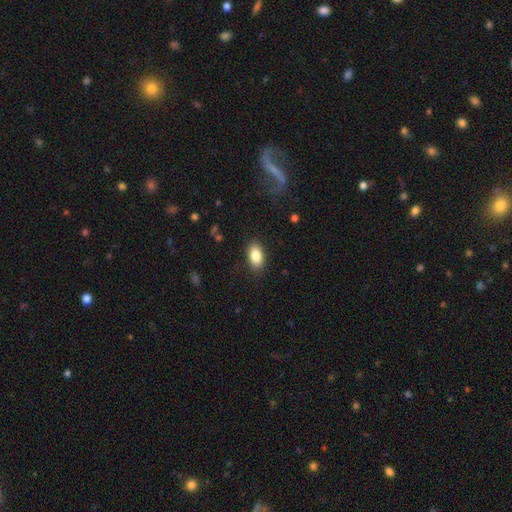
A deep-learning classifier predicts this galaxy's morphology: The model was most divided on "smooth or featured": smooth: 85%, star or artifact: 8%, featured or disk: 7%. More confident: how rounded — in between (91%); merging — none (87%).